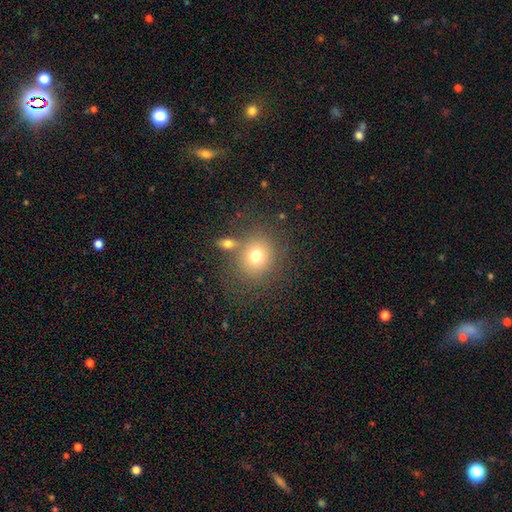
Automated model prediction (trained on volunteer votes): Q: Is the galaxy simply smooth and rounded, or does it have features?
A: smooth — 73%.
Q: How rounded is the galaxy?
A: round — 80%.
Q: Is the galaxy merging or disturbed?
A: none — 65%.